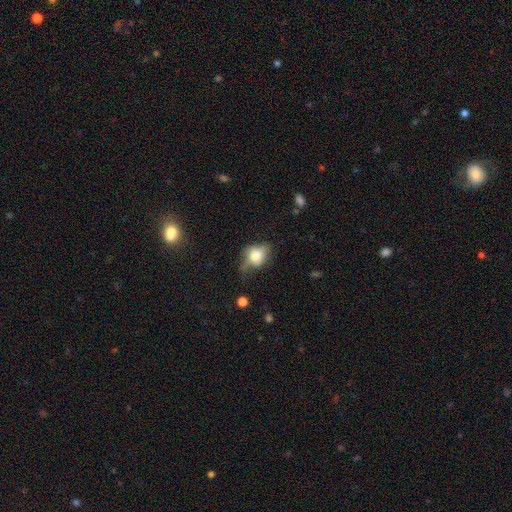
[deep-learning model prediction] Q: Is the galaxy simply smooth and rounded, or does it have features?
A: smooth — 65%.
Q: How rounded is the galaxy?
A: in between — 58%.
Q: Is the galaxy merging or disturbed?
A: none — 41%.